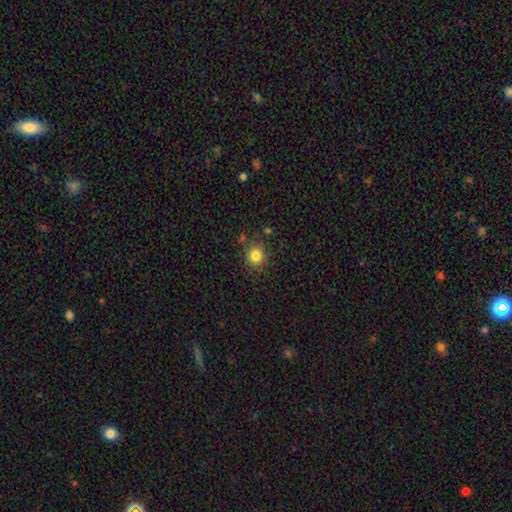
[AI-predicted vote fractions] Smooth or featured?
  - smooth: 83% *
  - star or artifact: 11%
  - featured or disk: 6%
How rounded?
  - round: 84% *
  - in between: 15%
  - cigar-shaped: 1%
Merging?
  - none: 84% *
  - minor disturbance: 9%
  - merger: 3%
  - major disturbance: 3%